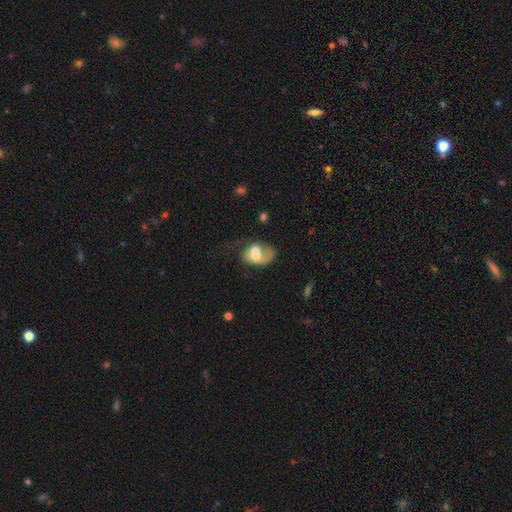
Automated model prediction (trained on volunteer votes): featured or disk 48%, smooth 43%, star or artifact 9%. Down the decision tree: merging — merger (37%).